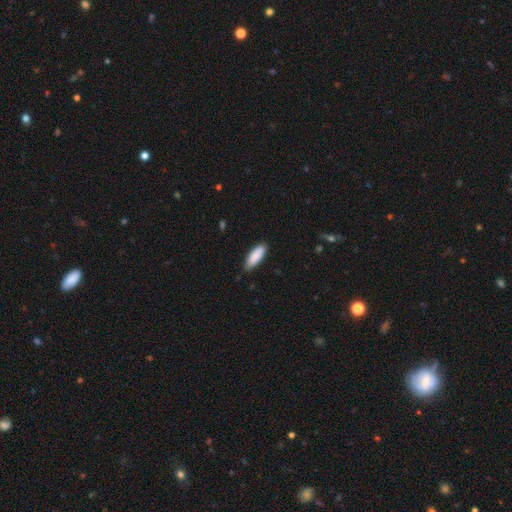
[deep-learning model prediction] Smooth or featured? Predicted: smooth (p=0.89). How rounded? Predicted: in between (p=0.71). Merging? Predicted: none (p=0.82).